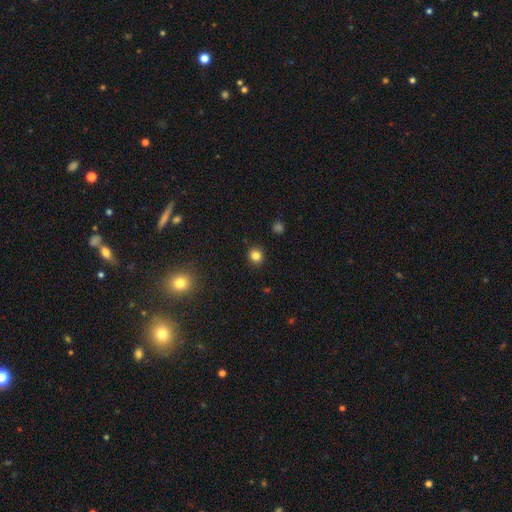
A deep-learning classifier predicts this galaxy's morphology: type=smooth (82%); roundness=round (89%); merging=none (91%).